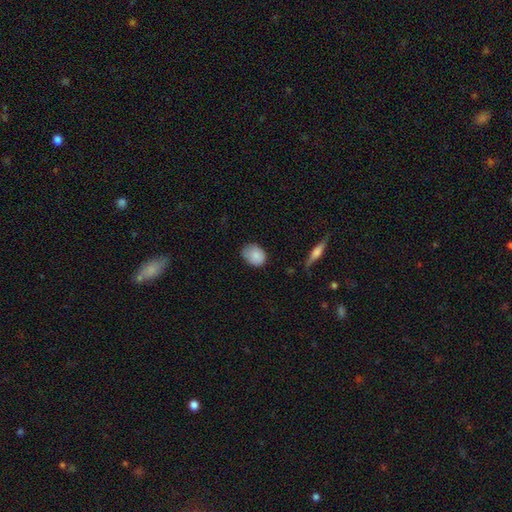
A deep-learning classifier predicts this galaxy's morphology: smooth-or-featured: smooth: 84% | featured or disk: 8% | star or artifact: 8%
  how-rounded: in between: 57% | round: 41% | cigar-shaped: 1%
  merging: none: 63% | minor disturbance: 29% | major disturbance: 6% | merger: 2%